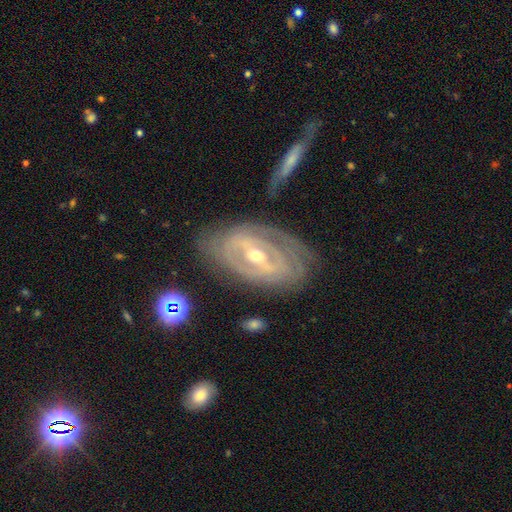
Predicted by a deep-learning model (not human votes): Overall: featured or disk (84%). Edge-on disk: no (91%). Bar: strong (50%; weak 34%). Spiral arms: yes (77%). Spiral arm count: can't tell (41%; 2 39%). Spiral winding: tight (68%). Bulge size: moderate (53%; small 44%). Merging: none (73%).